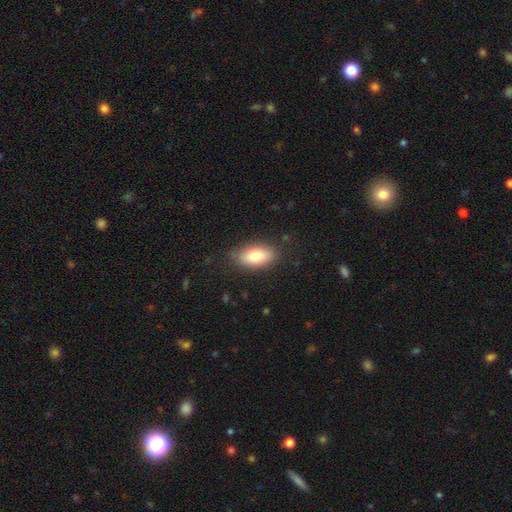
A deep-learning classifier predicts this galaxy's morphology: A smooth galaxy with no disk features (78%) that is in between round and cigar-shaped (89%). Merging: none (83%).